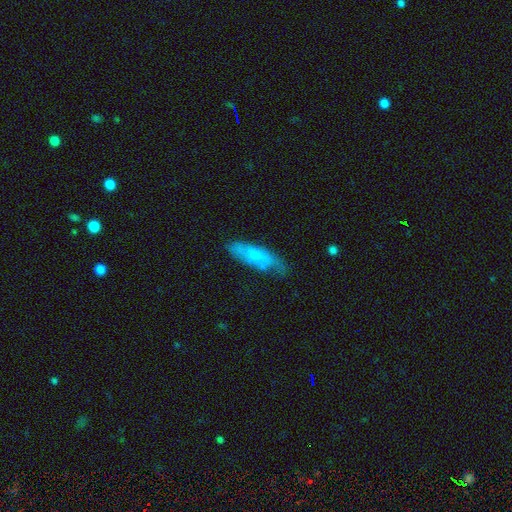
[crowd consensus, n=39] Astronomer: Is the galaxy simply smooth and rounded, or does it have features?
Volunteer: smooth — 54% (runner-up: featured or disk, 44%).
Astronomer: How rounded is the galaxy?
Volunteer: cigar-shaped — 52% (runner-up: in between, 43%).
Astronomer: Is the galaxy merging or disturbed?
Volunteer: none — 53%.